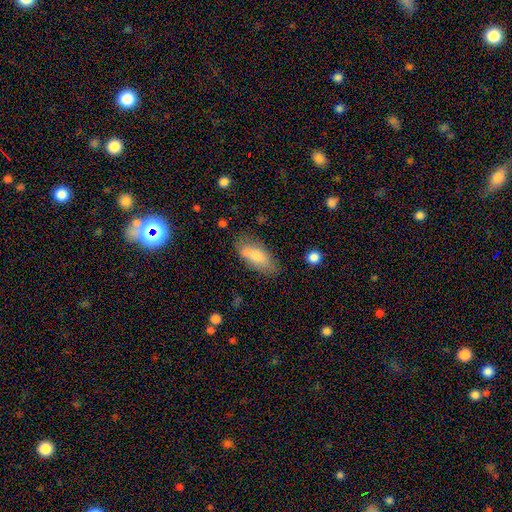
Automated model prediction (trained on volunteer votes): This appears to be a smooth galaxy with no disk features (72%) that is in between round and cigar-shaped (83%). Merging: none (71%).